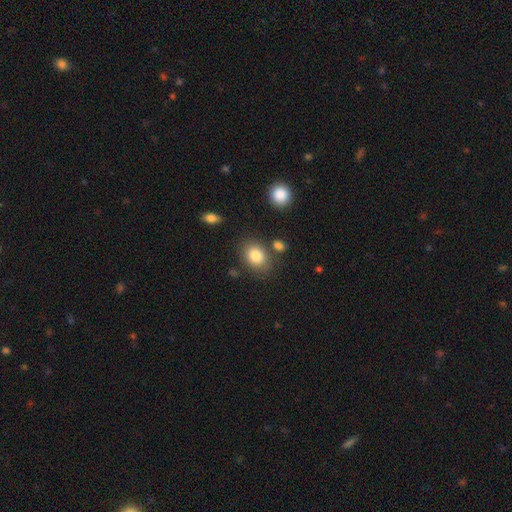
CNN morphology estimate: Q: Smooth or featured?
A: smooth (83%); runner-up: star or artifact (8%)
Q: How rounded?
A: in between (63%); runner-up: round (36%)
Q: Merging?
A: none (76%); runner-up: minor disturbance (13%)